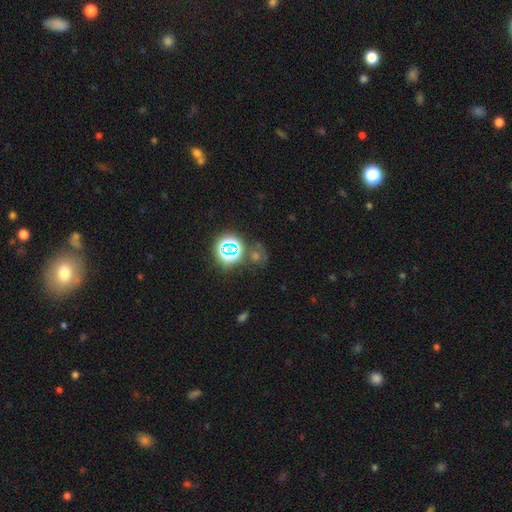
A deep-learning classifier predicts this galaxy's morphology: The model was most divided on "smooth or featured": star or artifact: 65%, smooth: 26%, featured or disk: 10%.